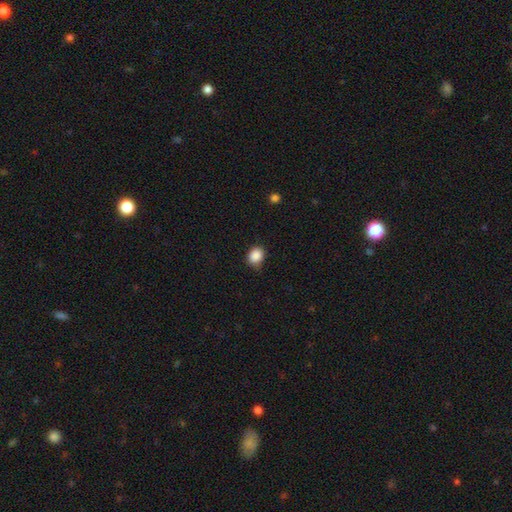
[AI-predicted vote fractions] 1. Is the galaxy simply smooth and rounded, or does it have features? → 88% smooth, 9% star or artifact, 3% featured or disk.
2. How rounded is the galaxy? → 63% round, 36% in between, 1% cigar-shaped.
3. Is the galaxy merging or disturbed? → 78% none, 17% minor disturbance, 3% major disturbance, 1% merger.